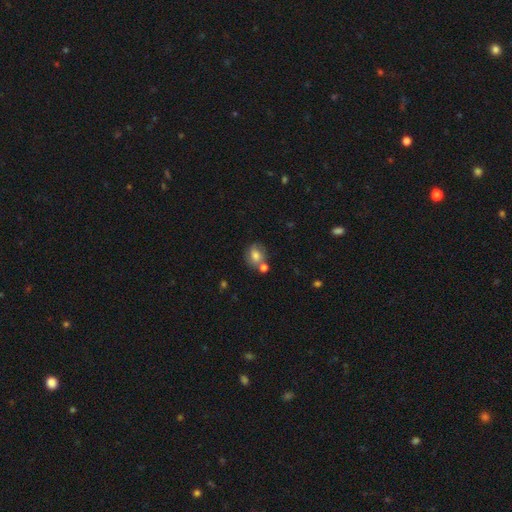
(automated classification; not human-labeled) Overall: smooth (73%). How rounded: round (57%; in between 42%). Merging: none (58%; merger 22%).